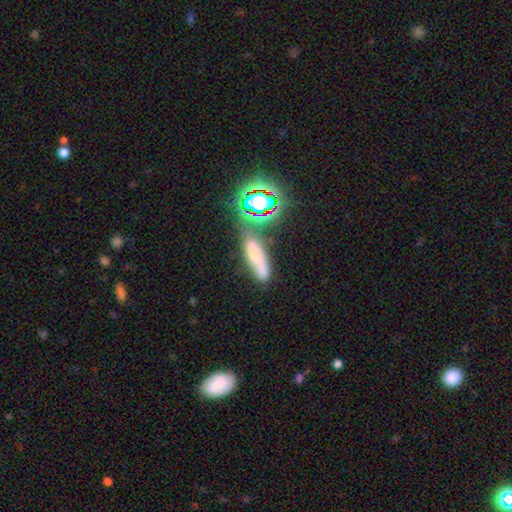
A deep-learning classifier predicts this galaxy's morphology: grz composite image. It shows a smooth galaxy with no disk features (47%). Merging: none (44%).